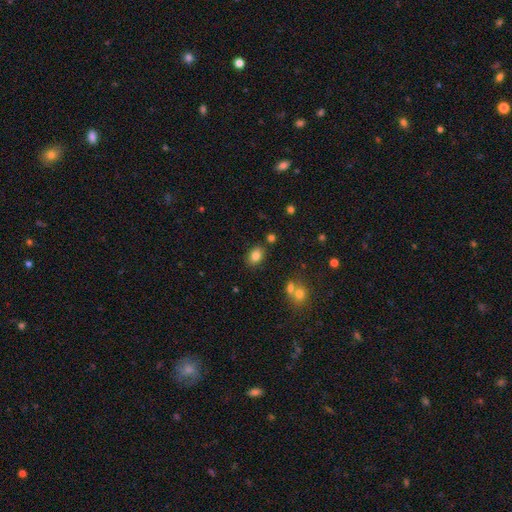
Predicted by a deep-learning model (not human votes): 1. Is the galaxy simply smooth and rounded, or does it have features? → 83% smooth, 10% star or artifact, 7% featured or disk.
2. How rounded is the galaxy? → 78% in between, 21% round, 1% cigar-shaped.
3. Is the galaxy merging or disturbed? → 82% none, 10% minor disturbance, 5% merger, 3% major disturbance.